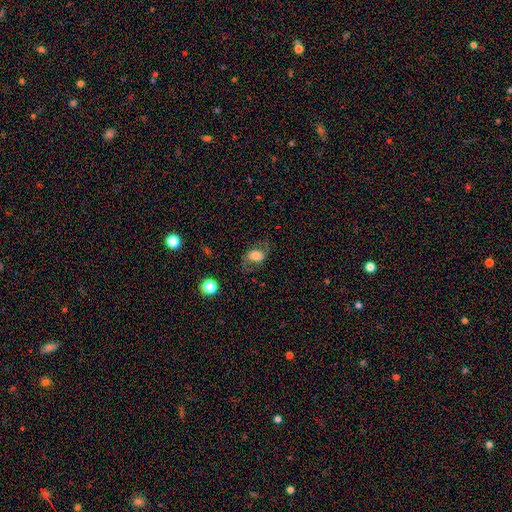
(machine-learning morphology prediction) Smooth or featured?
  - featured or disk: 47% *
  - smooth: 42%
  - star or artifact: 11%
Merging?
  - none: 64% *
  - minor disturbance: 19%
  - major disturbance: 15%
  - merger: 2%